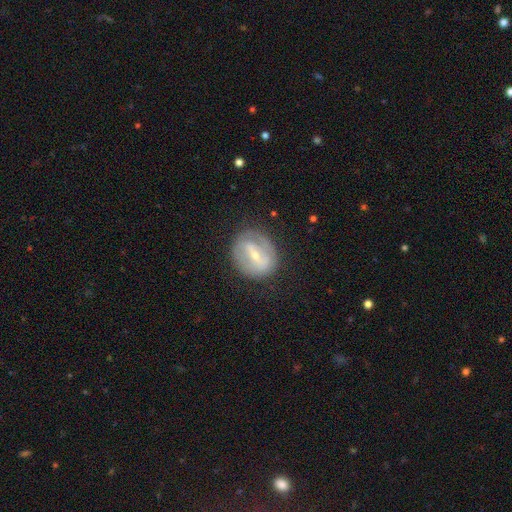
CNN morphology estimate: Smooth or featured: featured or disk — 67% (smooth — 26%)
Edge-on disk: no — 93% (yes — 7%)
Bar: strong — 48% (weak — 35%)
Spiral arms: no — 54% (yes — 46%)
Bulge size: small — 59% (moderate — 36%)
Merging: none — 75% (minor disturbance — 16%)